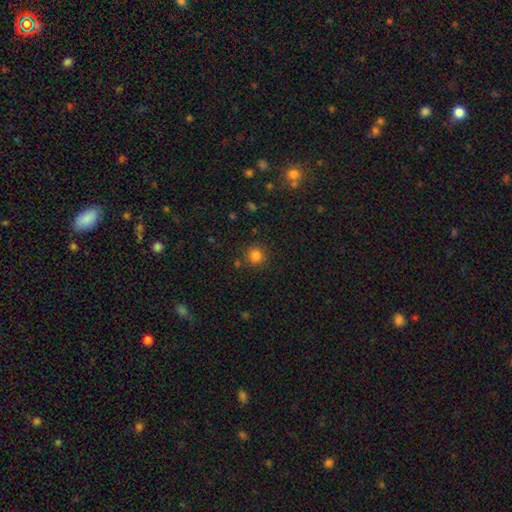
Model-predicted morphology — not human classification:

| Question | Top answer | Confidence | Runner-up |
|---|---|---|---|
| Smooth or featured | smooth | 82% | star or artifact (13%) |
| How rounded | round | 93% | in between (6%) |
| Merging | none | 87% | minor disturbance (7%) |